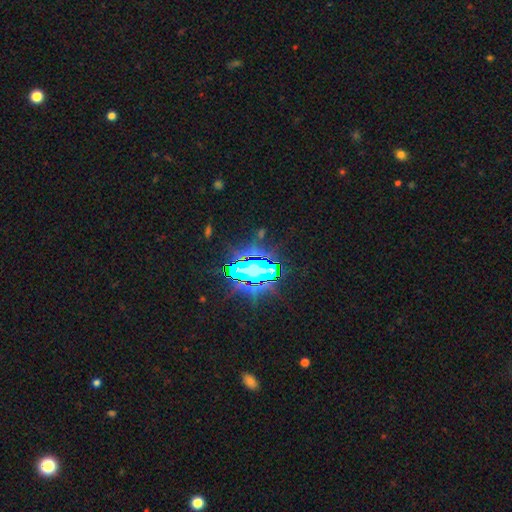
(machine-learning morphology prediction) Smooth or featured?
  - star or artifact: 76% *
  - smooth: 13%
  - featured or disk: 11%